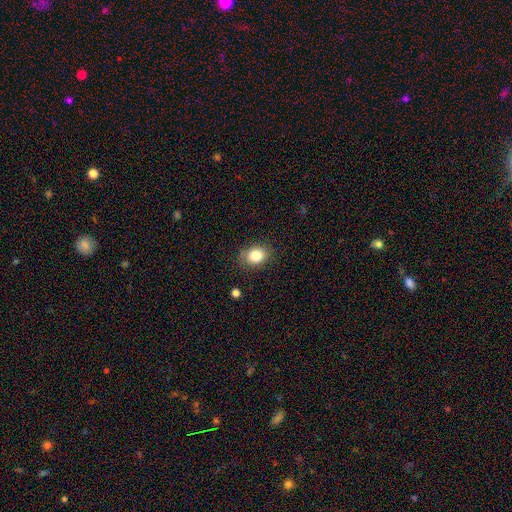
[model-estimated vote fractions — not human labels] smooth 83%, star or artifact 10%, featured or disk 7%. Down the decision tree: how rounded — in between (52%); merging — none (83%).